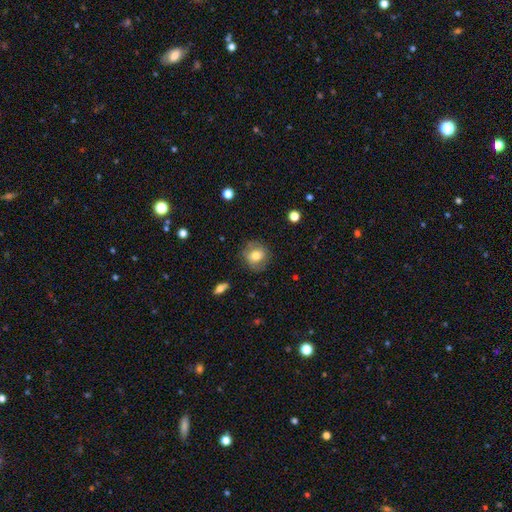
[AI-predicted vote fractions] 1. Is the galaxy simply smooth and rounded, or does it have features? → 71% smooth, 20% featured or disk, 9% star or artifact.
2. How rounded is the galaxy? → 80% round, 19% in between, 1% cigar-shaped.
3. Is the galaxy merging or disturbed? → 78% none, 15% minor disturbance, 5% major disturbance, 1% merger.